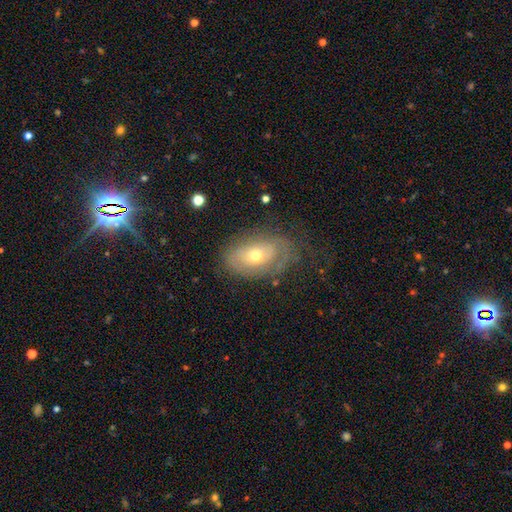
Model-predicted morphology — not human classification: featured or disk 49%, smooth 42%, star or artifact 9%. Down the decision tree: merging — none (56%).